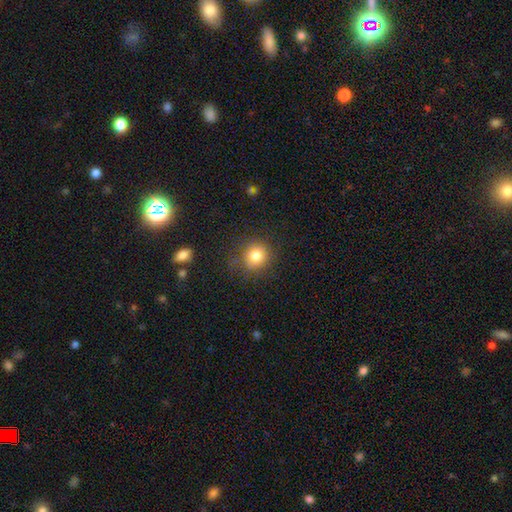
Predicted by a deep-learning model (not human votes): Q: Smooth or featured?
A: smooth (81%); runner-up: star or artifact (11%)
Q: How rounded?
A: round (85%); runner-up: in between (14%)
Q: Merging?
A: none (80%); runner-up: minor disturbance (13%)